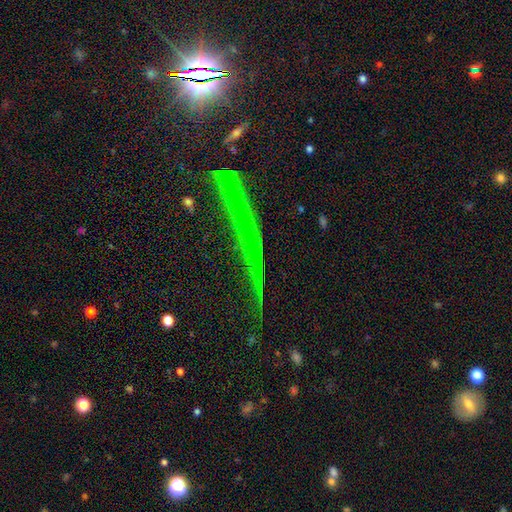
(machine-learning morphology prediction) Overall: star or artifact (75%).